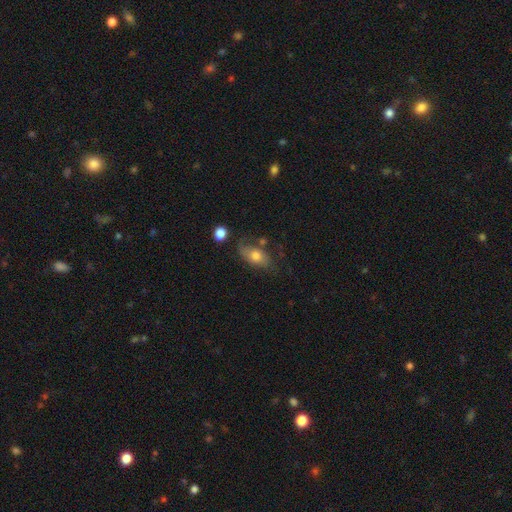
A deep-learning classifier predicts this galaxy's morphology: Smooth or featured? smooth (66%)
How rounded? in between (86%)
Merging? none (52%)